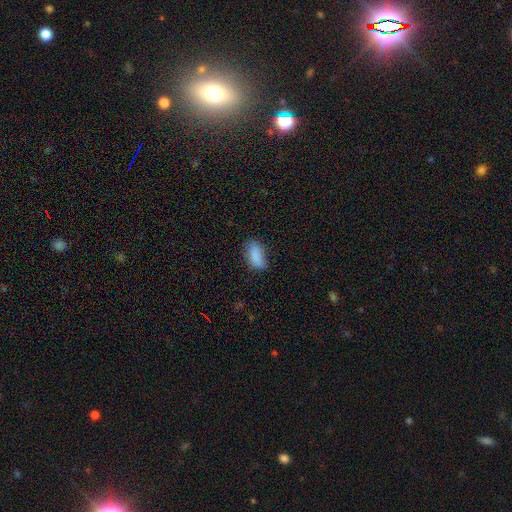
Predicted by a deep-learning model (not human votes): Q: Smooth or featured?
A: smooth (86%); runner-up: star or artifact (7%)
Q: How rounded?
A: in between (92%); runner-up: cigar-shaped (5%)
Q: Merging?
A: none (69%); runner-up: minor disturbance (24%)